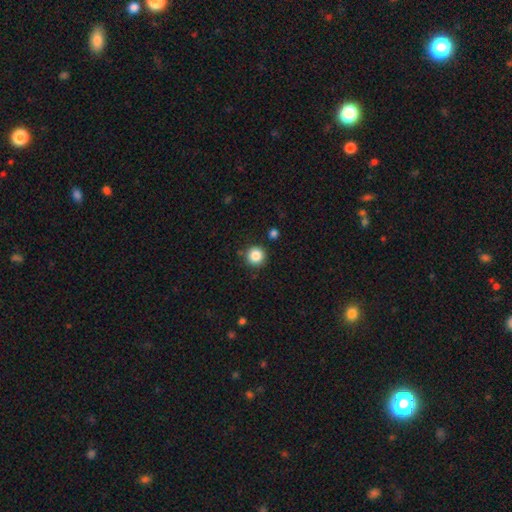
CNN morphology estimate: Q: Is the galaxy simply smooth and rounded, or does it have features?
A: smooth — 86%.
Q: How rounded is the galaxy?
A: round — 95%.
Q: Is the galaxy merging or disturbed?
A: none — 88%.